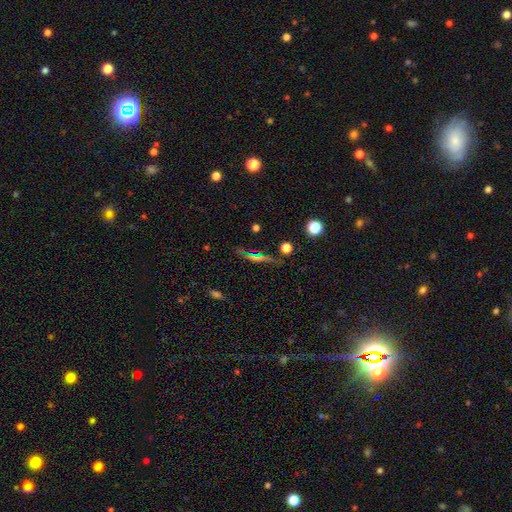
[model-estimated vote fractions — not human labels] smooth_or_featured: featured or disk (p=0.40) [alt: smooth p=0.36]
merging: none (p=0.75) [alt: minor disturbance p=0.15]